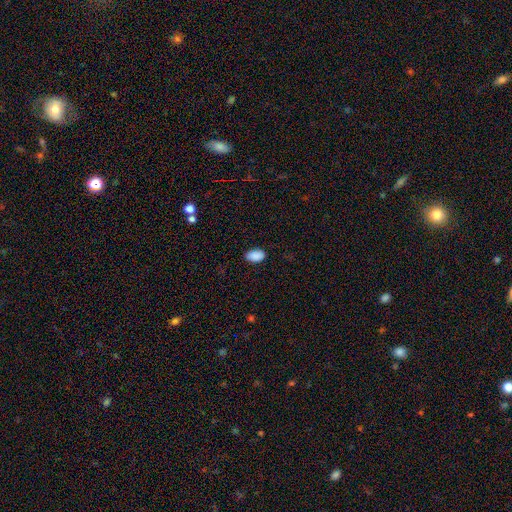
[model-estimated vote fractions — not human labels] Smooth or featured?
  - smooth: 89% *
  - star or artifact: 8%
  - featured or disk: 3%
How rounded?
  - in between: 93% *
  - round: 6%
  - cigar-shaped: 1%
Merging?
  - none: 86% *
  - minor disturbance: 11%
  - major disturbance: 2%
  - merger: 1%